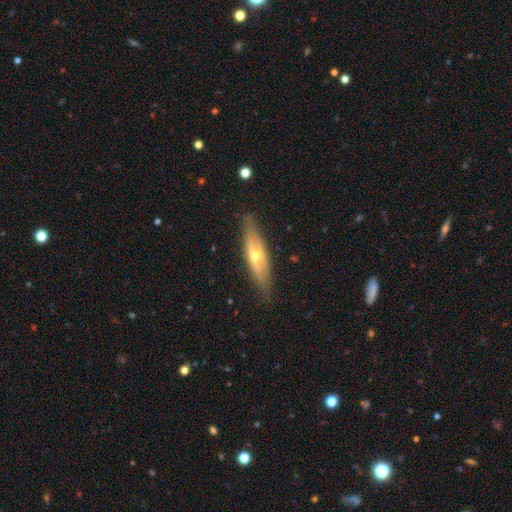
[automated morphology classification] Smooth or featured: featured or disk — 62% (smooth — 31%)
Edge-on disk: yes — 80% (no — 20%)
Merging: none — 84% (minor disturbance — 12%)